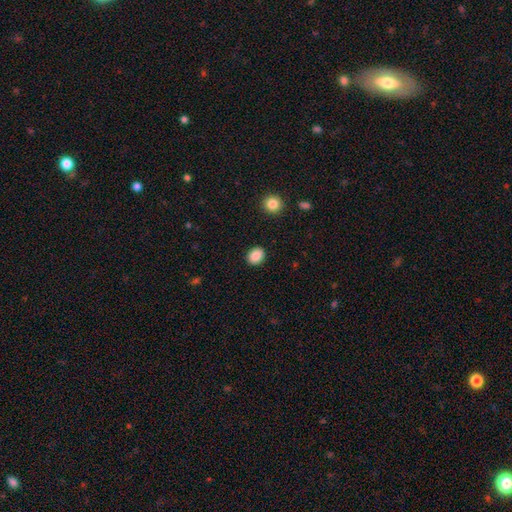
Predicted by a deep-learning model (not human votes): smooth_or_featured: smooth (p=0.88) [alt: star or artifact p=0.09]
how_rounded: round (p=0.53) [alt: in between p=0.46]
merging: none (p=0.90) [alt: minor disturbance p=0.06]